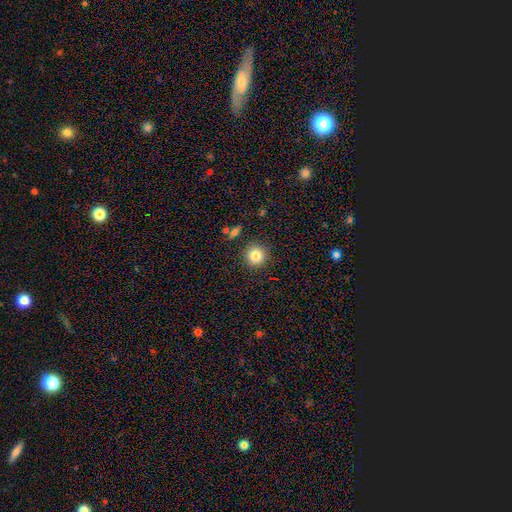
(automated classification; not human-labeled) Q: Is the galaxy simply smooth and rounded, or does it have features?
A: smooth — 82%.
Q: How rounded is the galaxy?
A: round — 94%.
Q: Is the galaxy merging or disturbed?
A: none — 90%.